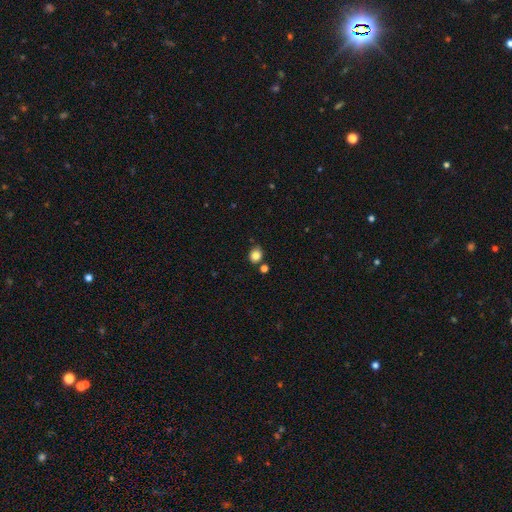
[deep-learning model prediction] The model was most divided on "how rounded": round: 64%, in between: 35%, cigar-shaped: 1%. More confident: smooth or featured — smooth (83%); merging — none (77%).